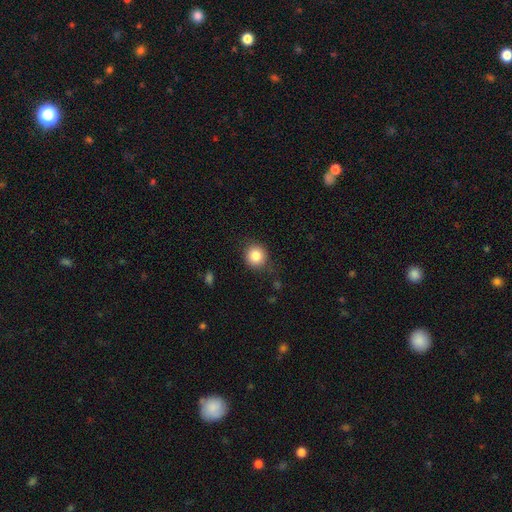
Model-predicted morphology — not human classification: Overall: smooth (84%). How rounded: round (88%). Merging: none (83%).